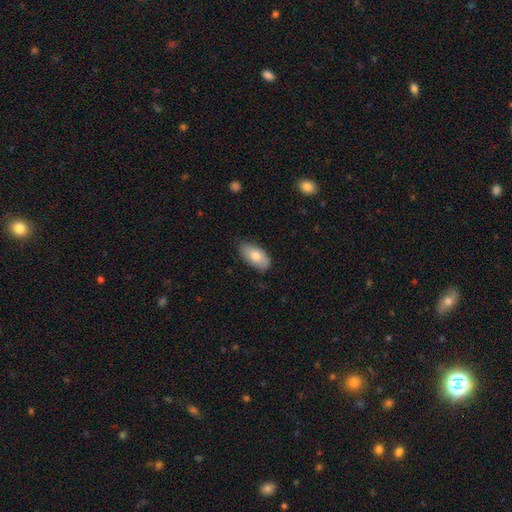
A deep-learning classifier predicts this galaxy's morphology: smooth 79%, featured or disk 15%, star or artifact 6%. Down the decision tree: how rounded — in between (94%); merging — none (78%).